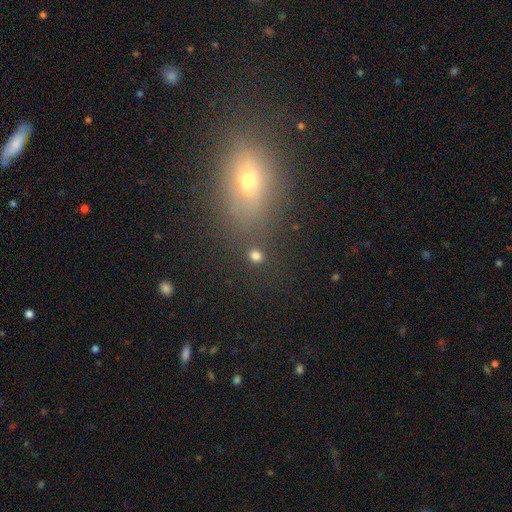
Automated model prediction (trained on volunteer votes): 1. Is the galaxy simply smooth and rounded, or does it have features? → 78% smooth, 16% star or artifact, 5% featured or disk.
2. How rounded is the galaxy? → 75% round, 23% in between, 1% cigar-shaped.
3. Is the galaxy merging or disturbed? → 82% none, 8% minor disturbance, 6% merger, 4% major disturbance.